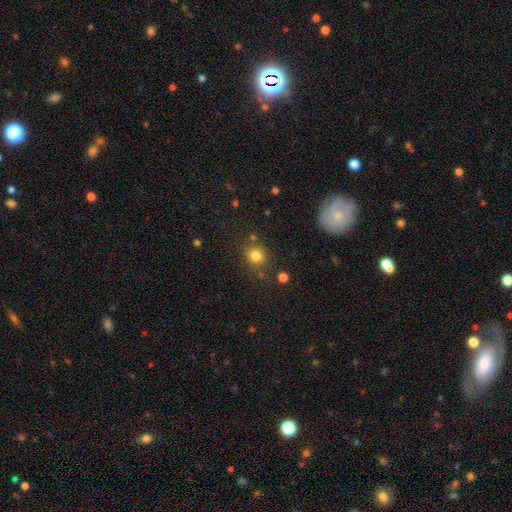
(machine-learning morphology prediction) Overall: smooth (80%). How rounded: round (87%). Merging: none (78%).